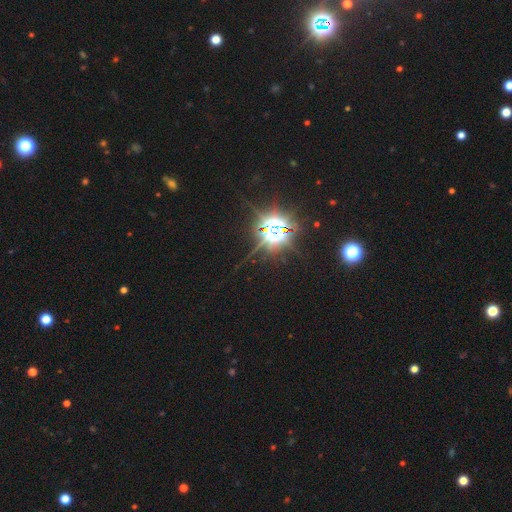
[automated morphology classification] Q: Smooth or featured?
A: star or artifact (85%); runner-up: smooth (9%)